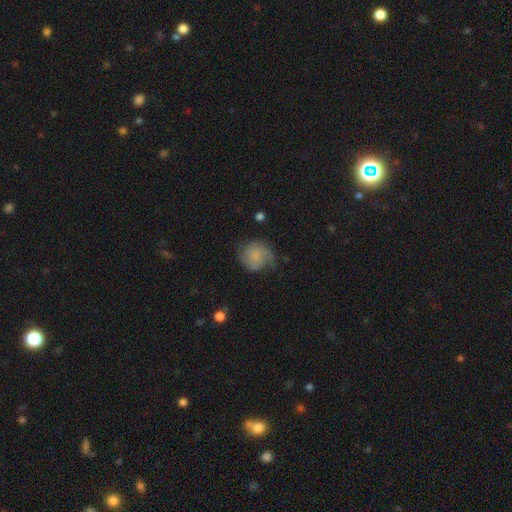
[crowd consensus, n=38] smooth 66%, featured or disk 32%, star or artifact 3%. Down the decision tree: how rounded — round (100%); merging — none (49%).